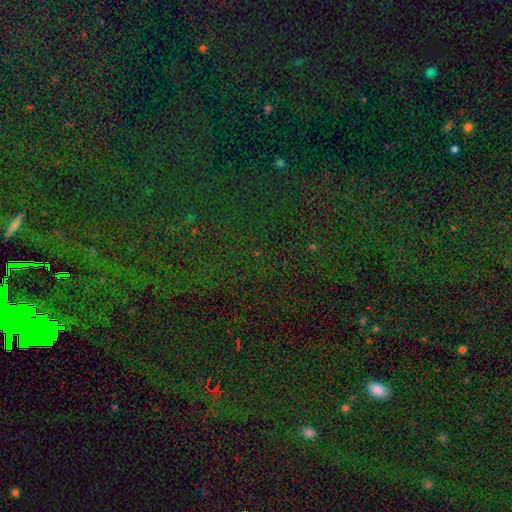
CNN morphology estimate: A star or artifact, not a galaxy (83%).

Vote fractions:
- Smooth or featured? star or artifact: 83% / smooth: 10% / featured or disk: 8%